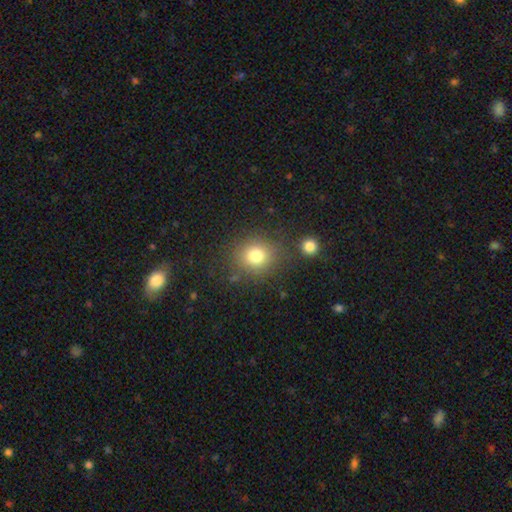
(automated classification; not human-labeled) This is likely a smooth galaxy (78%). How rounded: clearly round (83%). Merging: likely none (79%).